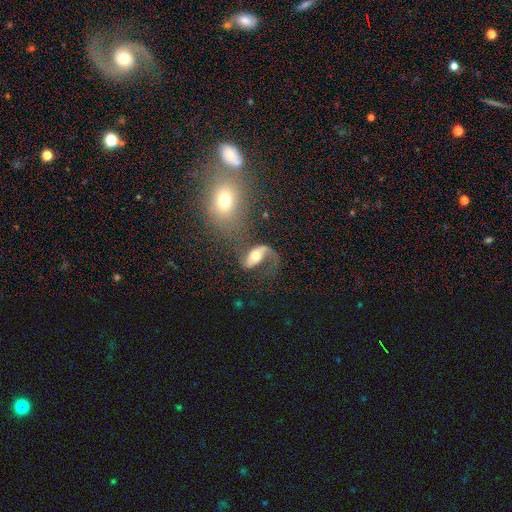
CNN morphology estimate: This is likely a featured or disk galaxy (78%). It is clearly not viewed edge-on (95%). Bar: marginally no (45%). Spiral arm pattern: clearly yes (91%). Spiral arm count: likely 2 (69%). Spiral winding: likely loose (74%). Central bulge: likely moderate (64%). Merging: marginally none (39%).